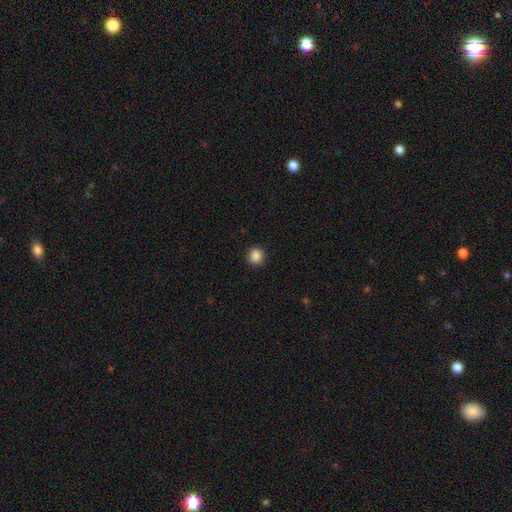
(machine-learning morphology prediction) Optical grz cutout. It shows a smooth galaxy with no disk features (87%) that is round (85%). Merging: none (91%).